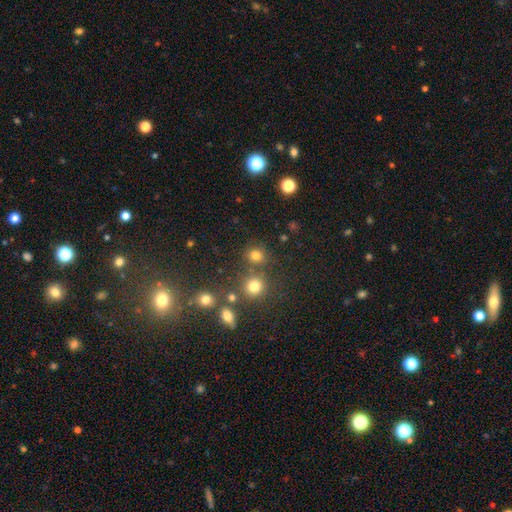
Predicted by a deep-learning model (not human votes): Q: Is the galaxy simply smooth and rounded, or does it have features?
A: smooth — 76%.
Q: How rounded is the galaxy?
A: round — 83%.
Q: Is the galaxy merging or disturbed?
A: none — 75%.